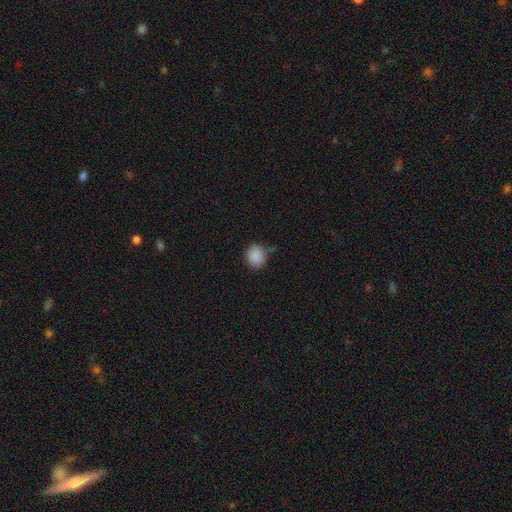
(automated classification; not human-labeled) This is clearly a smooth galaxy (89%). How rounded: likely round (78%). Merging: clearly none (80%).